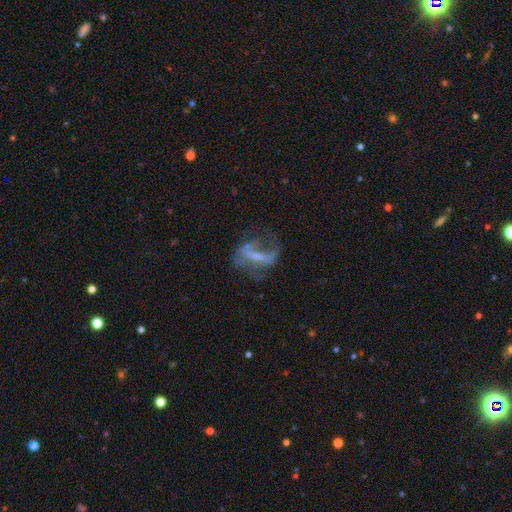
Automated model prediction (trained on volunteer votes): Overall: featured or disk (65%). Edge-on disk: no (90%). Bar: strong (50%; weak 27%). Spiral arms: yes (54%; no 46%). Bulge size: none (50%; small 26%). Merging: major disturbance (38%, tied with none).